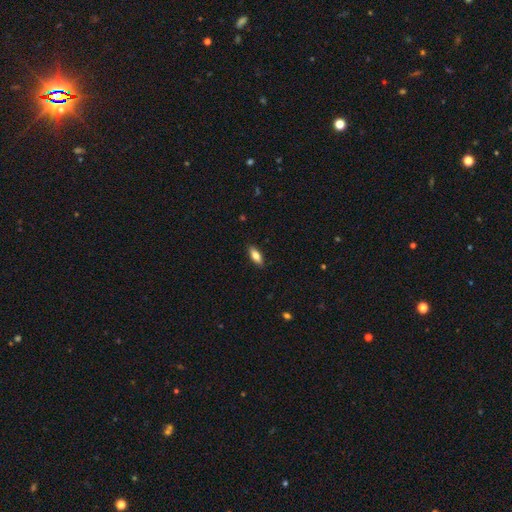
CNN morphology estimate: Smooth or featured: smooth — 80% (featured or disk — 13%)
How rounded: in between — 79% (cigar-shaped — 19%)
Merging: none — 88% (minor disturbance — 9%)